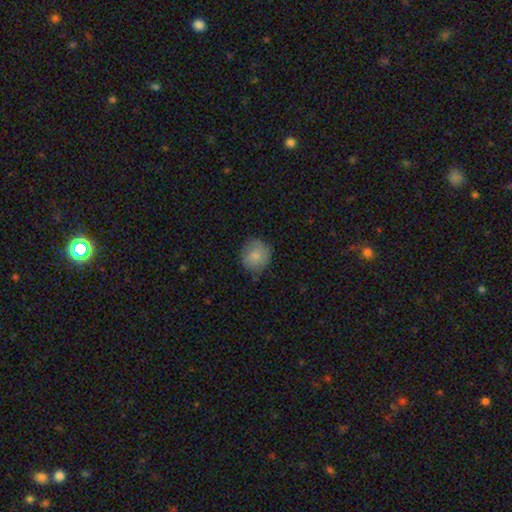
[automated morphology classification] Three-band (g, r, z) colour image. It shows a smooth galaxy with no disk features (82%) that is round (82%). Merging: none (71%).